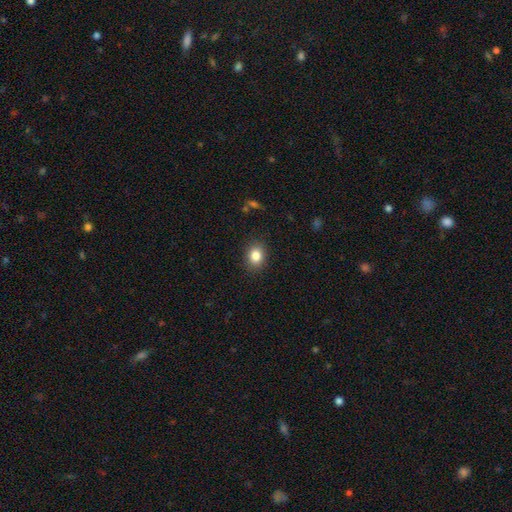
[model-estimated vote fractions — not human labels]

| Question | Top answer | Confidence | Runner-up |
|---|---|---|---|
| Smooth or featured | smooth | 84% | star or artifact (10%) |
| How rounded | round | 54% | in between (45%) |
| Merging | none | 88% | minor disturbance (8%) |